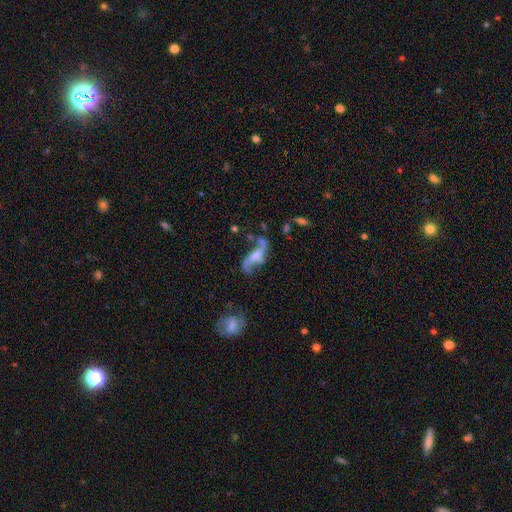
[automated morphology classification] Q: Smooth or featured?
A: featured or disk (72%); runner-up: smooth (19%)
Q: Edge-on disk?
A: no (87%); runner-up: yes (13%)
Q: Bar?
A: no (40%); runner-up: weak (38%)
Q: Spiral arms?
A: yes (85%); runner-up: no (15%)
Q: Spiral winding?
A: loose (85%); runner-up: medium (11%)
Q: Spiral arm count?
A: 2 (87%); runner-up: can't tell (5%)
Q: Bulge size?
A: small (31%); runner-up: none (30%)
Q: Merging?
A: none (46%); runner-up: major disturbance (21%)